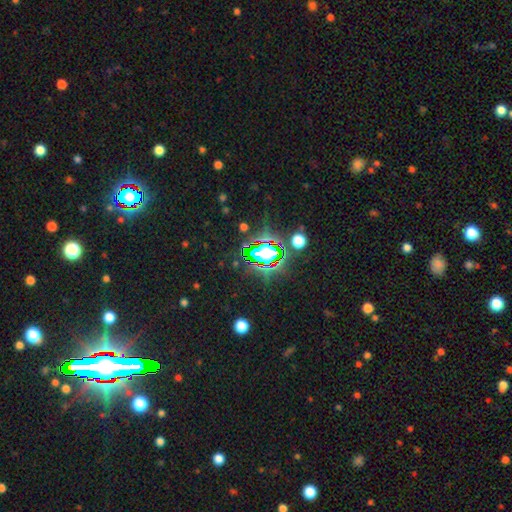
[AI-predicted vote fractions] This appears to be a star or artifact, not a galaxy (80%).